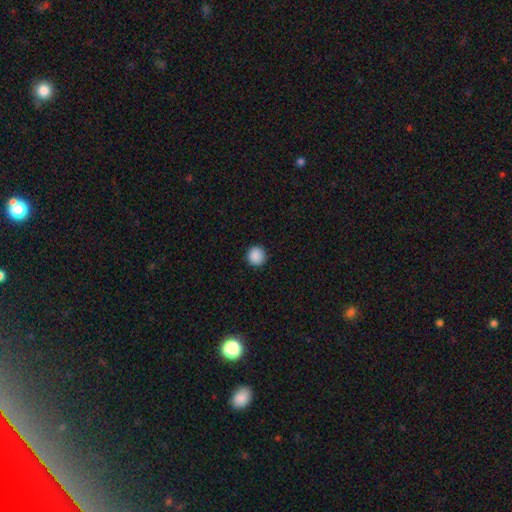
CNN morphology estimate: type=smooth (89%); roundness=round (94%); merging=none (91%).